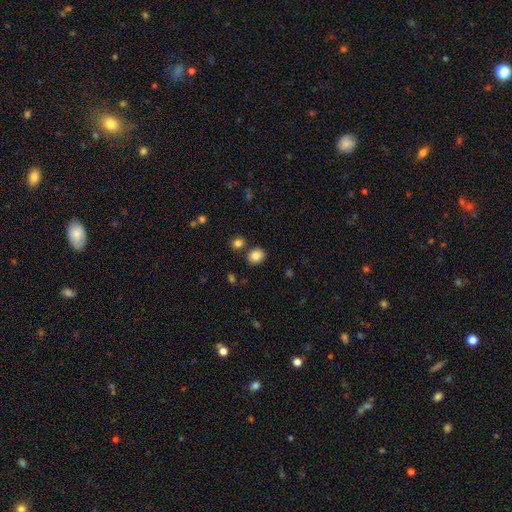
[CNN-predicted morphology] A smooth galaxy with no disk features (86%) that is round (60%).

Vote fractions:
- Smooth or featured? smooth: 86% / star or artifact: 10% / featured or disk: 5%
- How rounded? round: 60% / in between: 39% / cigar-shaped: 1%
- Merging? none: 81% / minor disturbance: 9% / merger: 8% / major disturbance: 3%